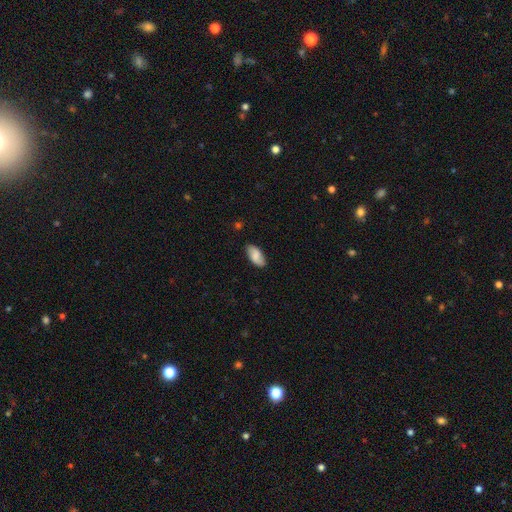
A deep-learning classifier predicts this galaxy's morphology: The model was most divided on "smooth or featured": smooth: 76%, featured or disk: 17%, star or artifact: 7%. More confident: how rounded — in between (93%); merging — none (83%).